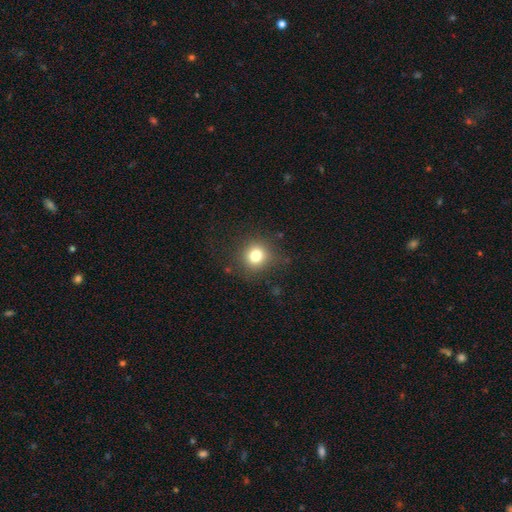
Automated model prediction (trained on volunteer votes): Smooth or featured?
  - smooth: 78% *
  - star or artifact: 14%
  - featured or disk: 8%
How rounded?
  - round: 89% *
  - in between: 10%
  - cigar-shaped: 1%
Merging?
  - none: 85% *
  - minor disturbance: 10%
  - major disturbance: 4%
  - merger: 1%